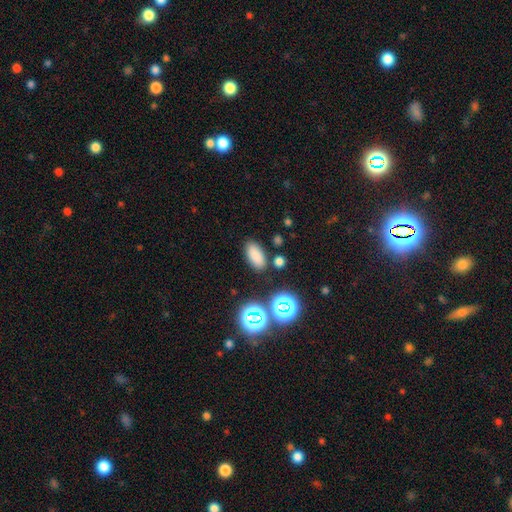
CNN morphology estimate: smooth_or_featured: smooth (p=0.80) [alt: star or artifact p=0.15]
how_rounded: in between (p=0.89) [alt: cigar-shaped p=0.06]
merging: none (p=0.83) [alt: minor disturbance p=0.09]